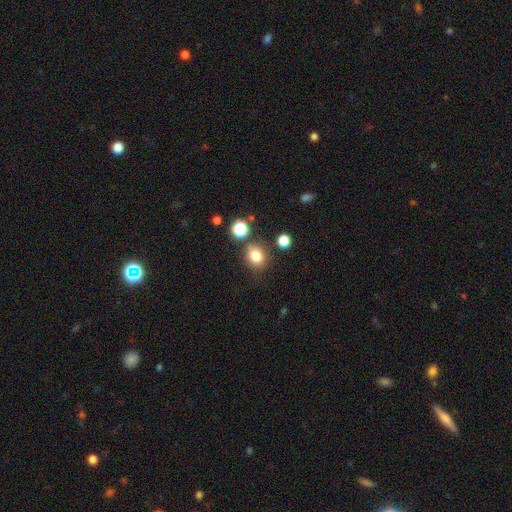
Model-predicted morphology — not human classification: smooth 81%, star or artifact 13%, featured or disk 6%. Down the decision tree: how rounded — round (63%); merging — none (74%).